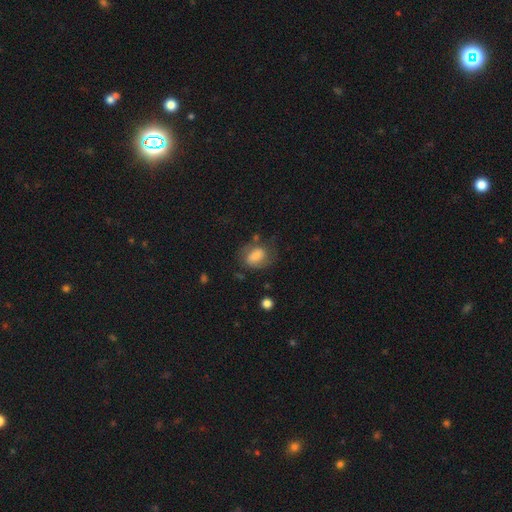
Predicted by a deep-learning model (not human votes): A smooth galaxy with no disk features (68%) that is in between round and cigar-shaped (73%). Merging: none (50%).